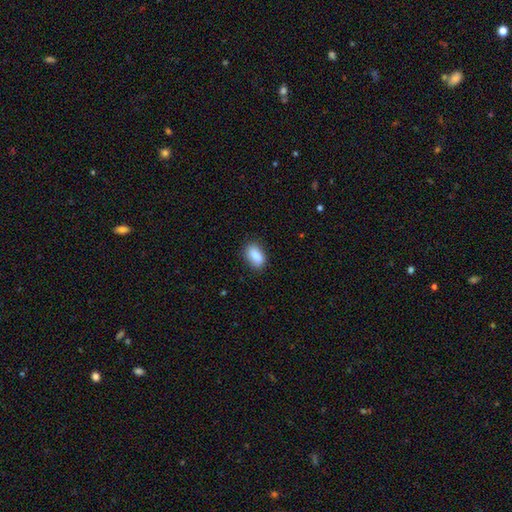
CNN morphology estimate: Overall: smooth (88%). How rounded: in between (89%). Merging: none (82%).